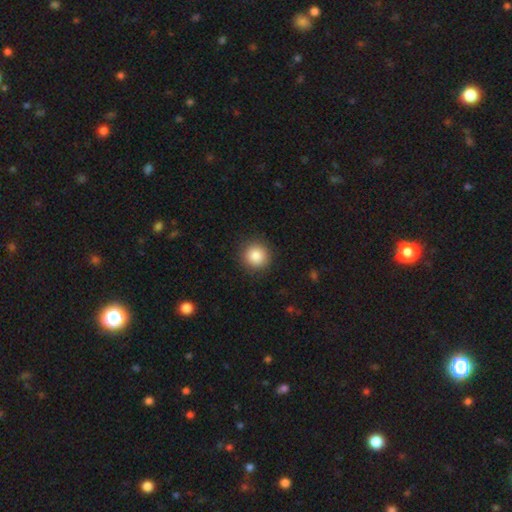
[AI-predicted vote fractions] Q: Smooth or featured?
A: smooth (86%); runner-up: star or artifact (9%)
Q: How rounded?
A: round (94%); runner-up: in between (5%)
Q: Merging?
A: none (91%); runner-up: minor disturbance (6%)